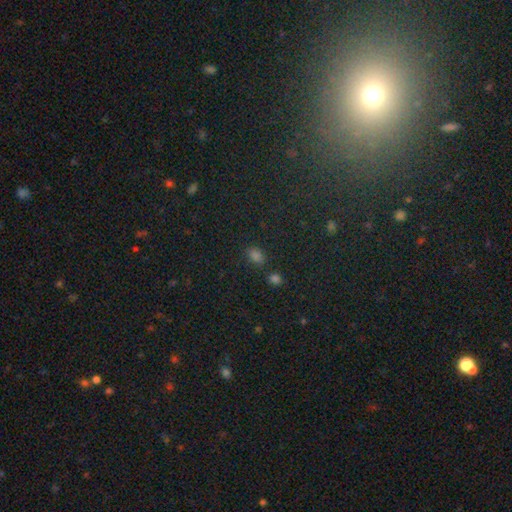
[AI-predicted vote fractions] smooth-or-featured: smooth: 68% | star or artifact: 27% | featured or disk: 6%
  how-rounded: in between: 74% | round: 24% | cigar-shaped: 2%
  merging: none: 75% | minor disturbance: 12% | merger: 9% | major disturbance: 4%